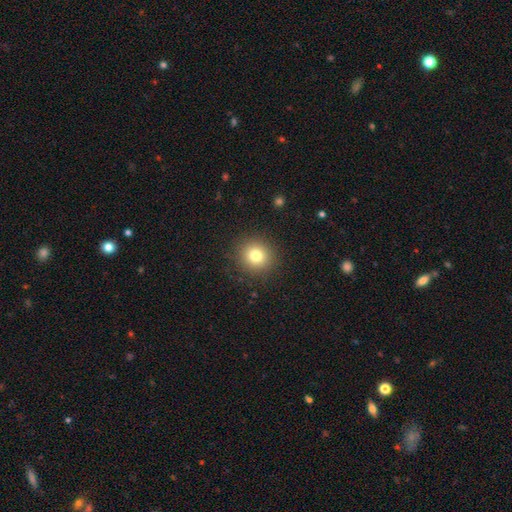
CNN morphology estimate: Smooth or featured? Predicted: smooth (p=0.79). How rounded? Predicted: round (p=0.91). Merging? Predicted: none (p=0.90).